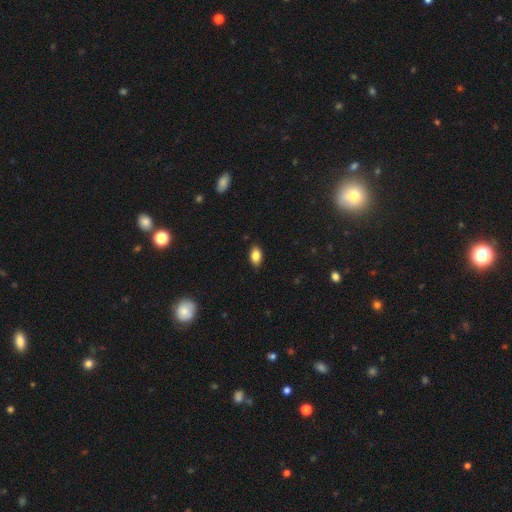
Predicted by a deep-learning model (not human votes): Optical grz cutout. It shows a smooth galaxy with no disk features (85%) that is in between round and cigar-shaped (89%). Merging: none (86%).